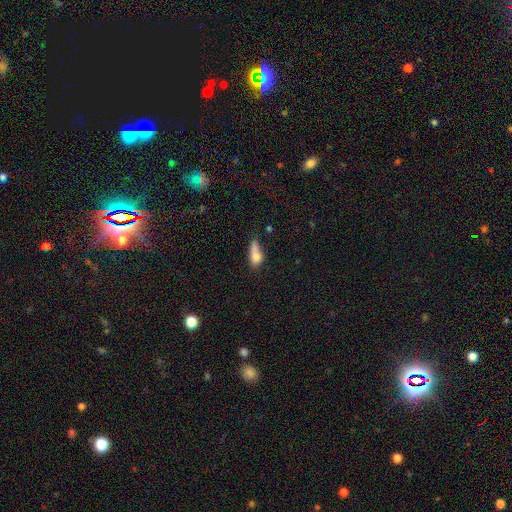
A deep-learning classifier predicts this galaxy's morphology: smooth_or_featured: smooth (p=0.72) [alt: featured or disk p=0.18]
how_rounded: in between (p=0.71) [alt: cigar-shaped p=0.20]
merging: minor disturbance (p=0.32) [alt: none p=0.31]